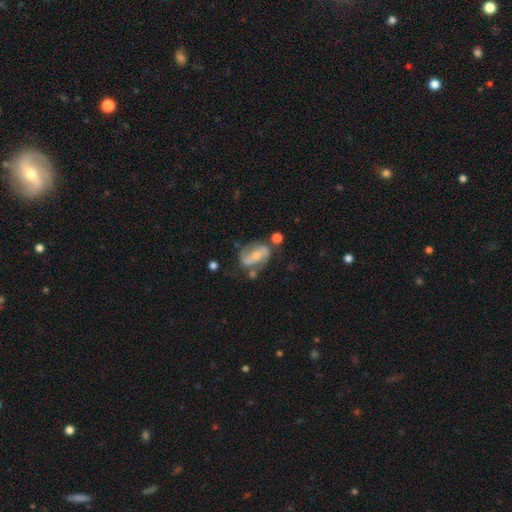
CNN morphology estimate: A featured or disk galaxy (73%) with a strong bar (38%), 2 (86%) loose (42%) spiral arms (87%) and a small central bulge (56%). Merging: none (56%).